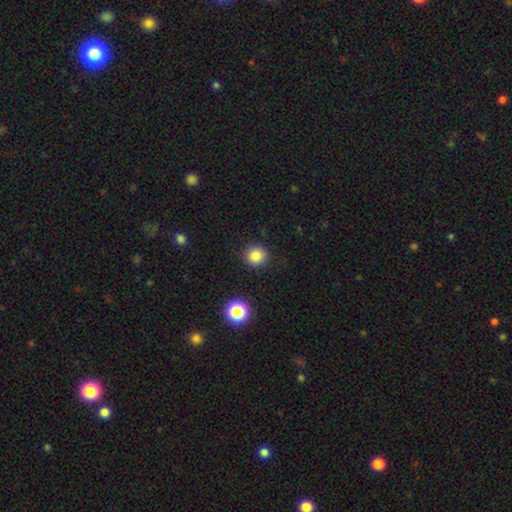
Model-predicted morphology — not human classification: Smooth or featured? smooth (84%)
How rounded? round (92%)
Merging? none (91%)